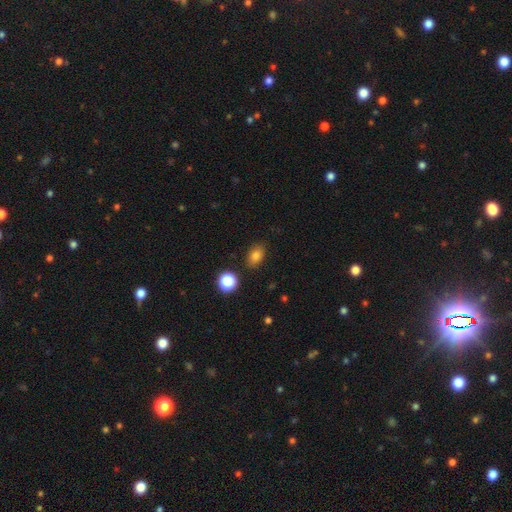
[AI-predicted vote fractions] Q: Smooth or featured?
A: smooth (80%); runner-up: star or artifact (13%)
Q: How rounded?
A: in between (75%); runner-up: round (23%)
Q: Merging?
A: none (85%); runner-up: minor disturbance (10%)